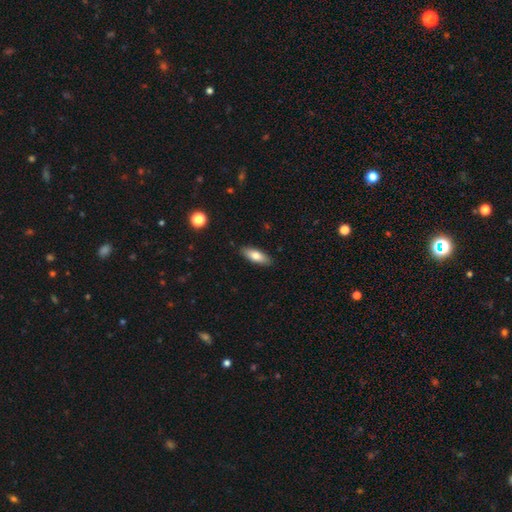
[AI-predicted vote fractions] A smooth galaxy with no disk features (76%) that is in between round and cigar-shaped (71%).

Vote fractions:
- Smooth or featured? smooth: 76% / featured or disk: 17% / star or artifact: 6%
- How rounded? in between: 71% / cigar-shaped: 27% / round: 2%
- Merging? none: 88% / minor disturbance: 9% / major disturbance: 2% / merger: 1%